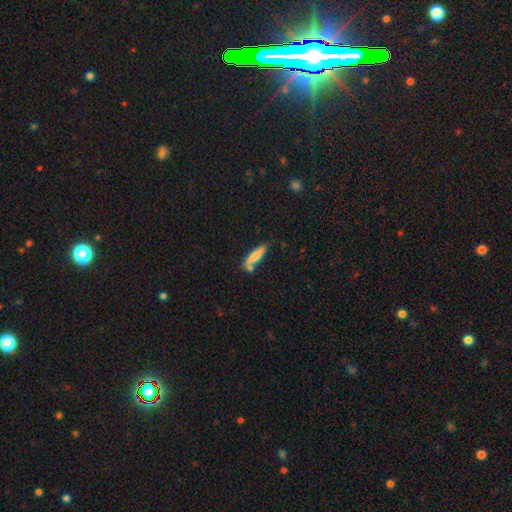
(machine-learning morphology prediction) A smooth galaxy with no disk features (73%) that is cigar-shaped (79%).

Vote fractions:
- Smooth or featured? smooth: 73% / featured or disk: 21% / star or artifact: 6%
- How rounded? cigar-shaped: 79% / in between: 19% / round: 2%
- Merging? none: 68% / minor disturbance: 16% / merger: 12% / major disturbance: 4%